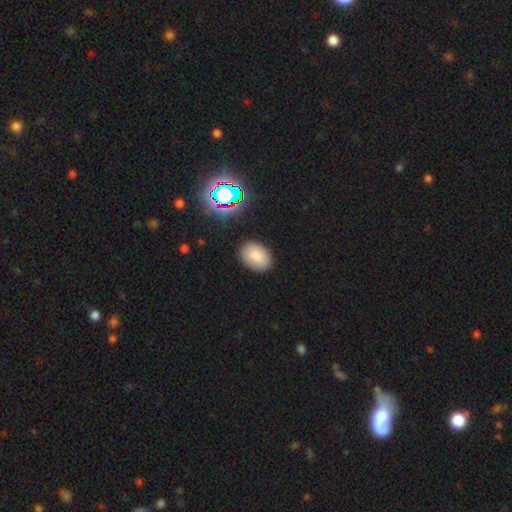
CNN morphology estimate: Smooth or featured?
  - smooth: 83% *
  - star or artifact: 11%
  - featured or disk: 7%
How rounded?
  - in between: 80% *
  - round: 19%
  - cigar-shaped: 1%
Merging?
  - none: 87% *
  - minor disturbance: 9%
  - major disturbance: 2%
  - merger: 1%